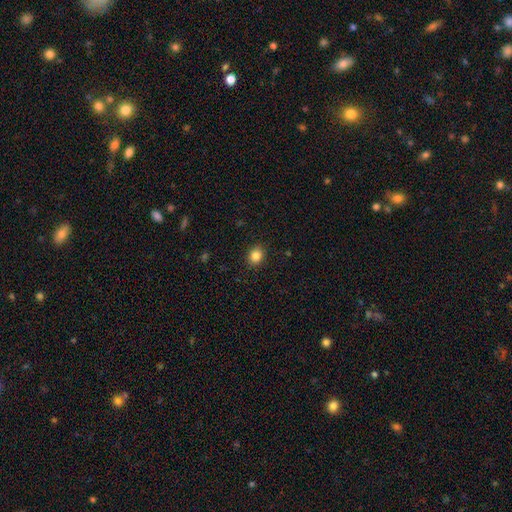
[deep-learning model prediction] A smooth galaxy with no disk features (85%) that is round (63%). Merging: none (90%).